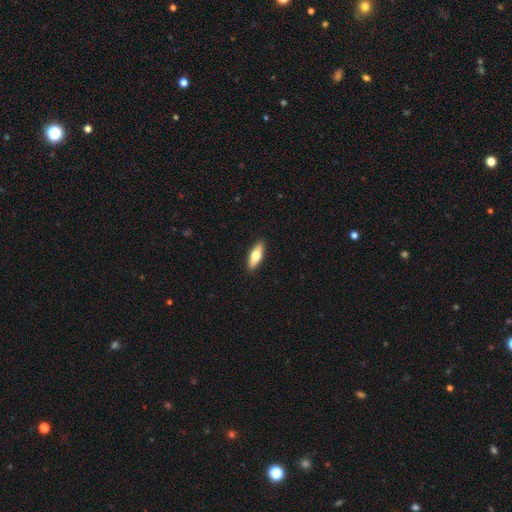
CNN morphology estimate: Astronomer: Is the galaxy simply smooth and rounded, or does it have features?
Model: smooth — 64%.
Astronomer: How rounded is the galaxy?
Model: in between — 56% (runner-up: cigar-shaped, 41%).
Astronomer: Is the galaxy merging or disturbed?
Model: none — 91%.